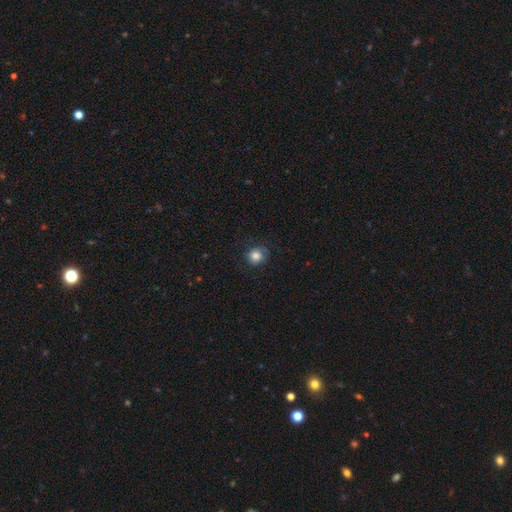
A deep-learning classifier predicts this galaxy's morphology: Smooth or featured? Predicted: smooth (p=0.83). How rounded? Predicted: round (p=0.86). Merging? Predicted: none (p=0.79).